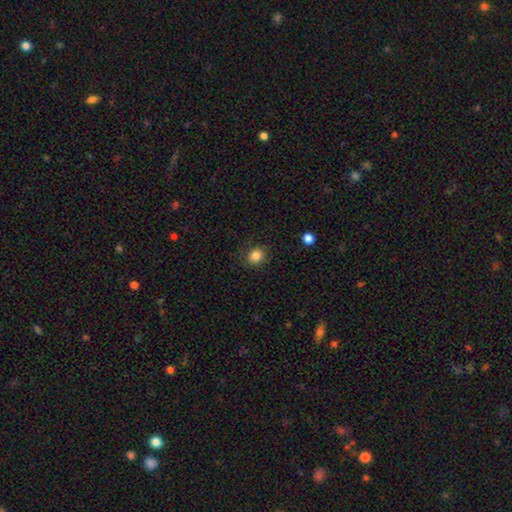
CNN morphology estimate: Overall: smooth (84%). How rounded: round (71%). Merging: none (84%).